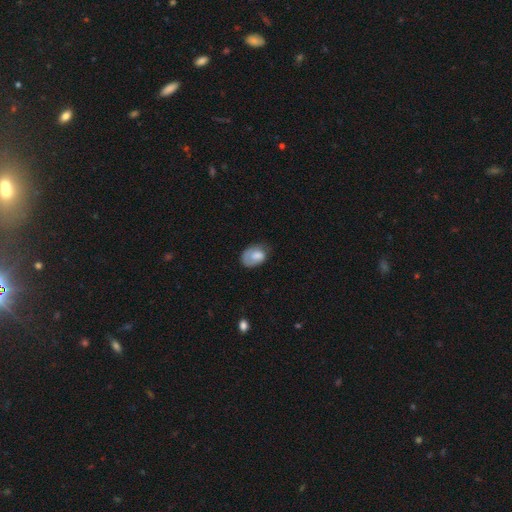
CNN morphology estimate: Smooth or featured: smooth — 71% (featured or disk — 22%)
How rounded: in between — 81% (round — 17%)
Merging: none — 51% (minor disturbance — 30%)